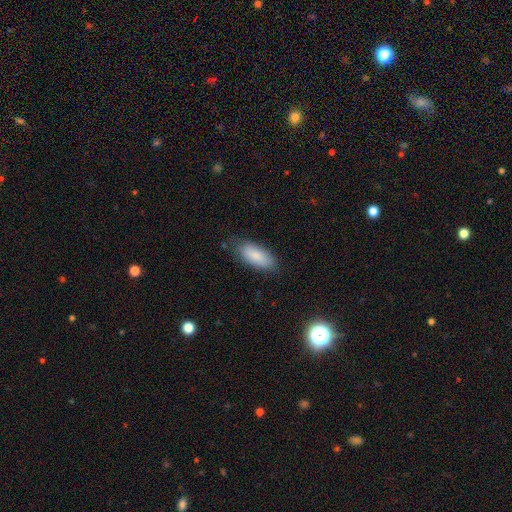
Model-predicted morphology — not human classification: This is clearly a smooth galaxy (85%). How rounded: clearly in between (83%). Merging: likely none (75%).